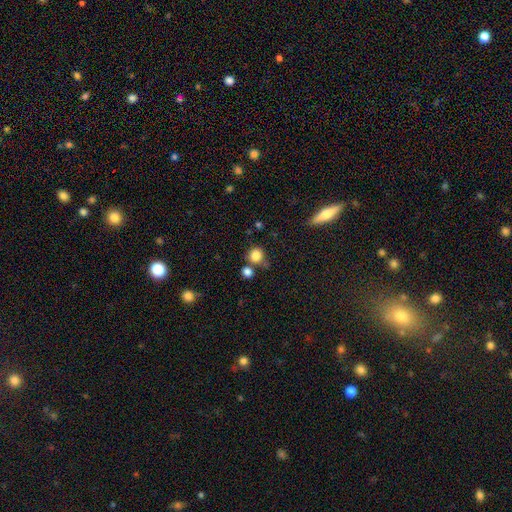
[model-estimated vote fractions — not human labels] Smooth or featured: smooth — 84% (star or artifact — 11%)
How rounded: round — 85% (in between — 13%)
Merging: none — 65% (merger — 19%)